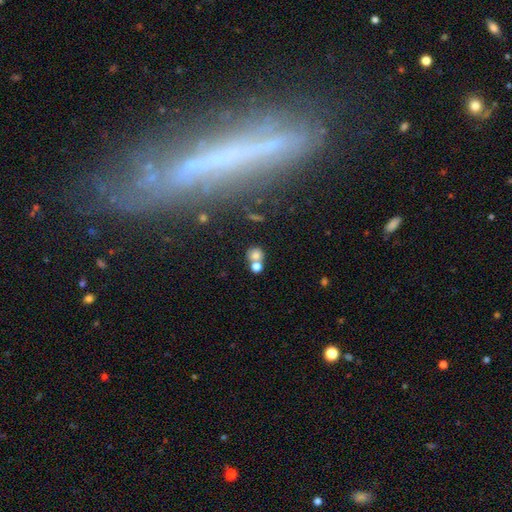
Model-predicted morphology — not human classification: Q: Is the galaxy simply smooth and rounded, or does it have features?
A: smooth — 73%.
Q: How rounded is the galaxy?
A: round — 81%.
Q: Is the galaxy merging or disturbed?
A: none — 47%.